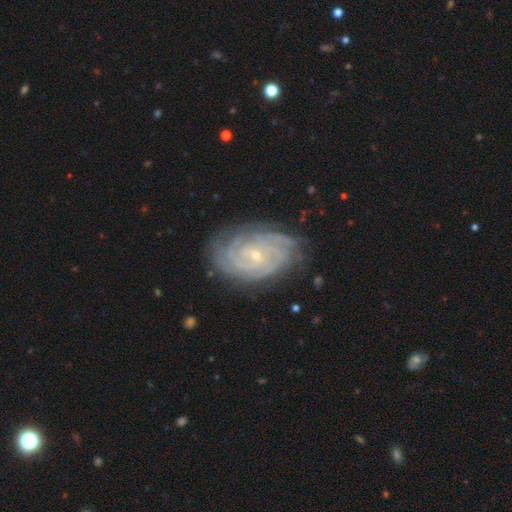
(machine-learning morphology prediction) Q: Smooth or featured?
A: featured or disk (88%); runner-up: smooth (6%)
Q: Edge-on disk?
A: no (97%); runner-up: yes (3%)
Q: Bar?
A: no (67%); runner-up: weak (25%)
Q: Spiral arms?
A: yes (98%); runner-up: no (2%)
Q: Spiral winding?
A: tight (83%); runner-up: medium (15%)
Q: Spiral arm count?
A: can't tell (27%); runner-up: 4 (21%)
Q: Bulge size?
A: small (78%); runner-up: moderate (19%)
Q: Merging?
A: none (79%); runner-up: minor disturbance (16%)